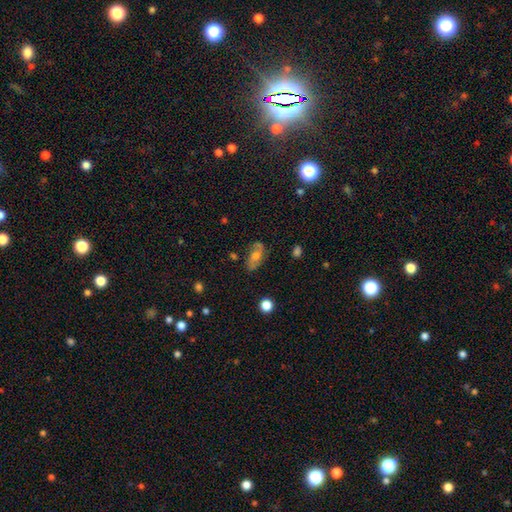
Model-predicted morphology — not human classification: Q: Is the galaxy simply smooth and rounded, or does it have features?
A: featured or disk — 52%.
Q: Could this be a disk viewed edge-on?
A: no — 89%.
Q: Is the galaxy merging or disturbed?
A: none — 71%.